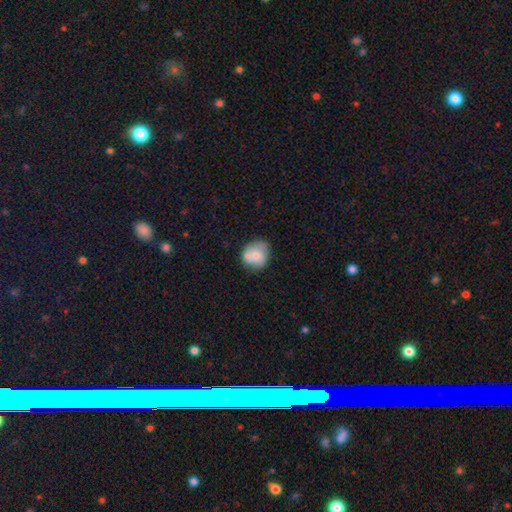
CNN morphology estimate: This is likely a smooth galaxy (66%). How rounded: likely round (74%). Merging: possibly none (48%).